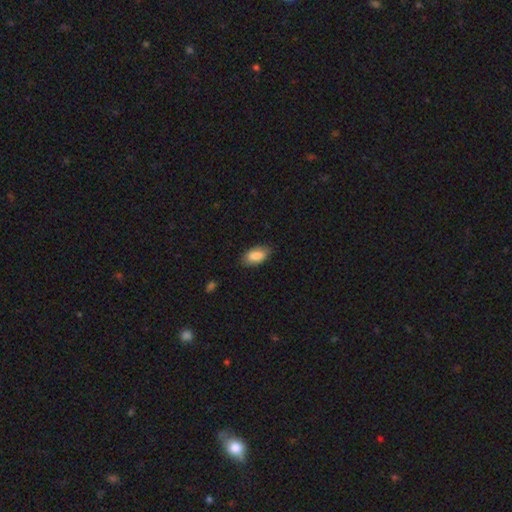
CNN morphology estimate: type=smooth (85%); roundness=in between (92%); merging=none (80%).